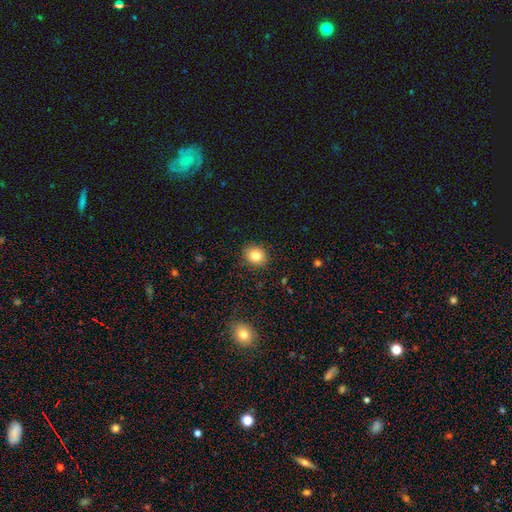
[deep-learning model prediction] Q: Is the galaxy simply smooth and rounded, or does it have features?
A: smooth — 83%.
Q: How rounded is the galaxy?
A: round — 72%.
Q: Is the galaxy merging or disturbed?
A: none — 90%.